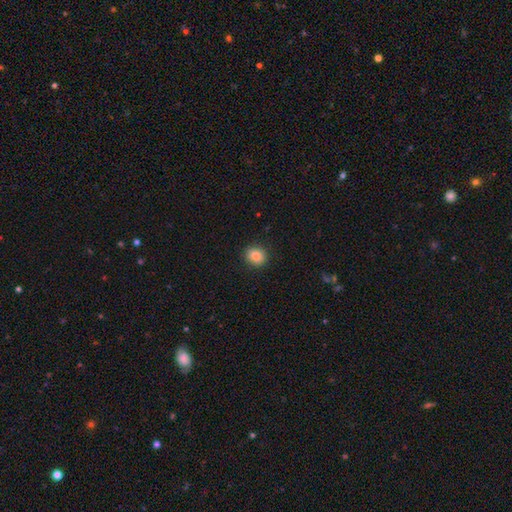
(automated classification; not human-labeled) A smooth galaxy with no disk features (86%) that is round (70%). Merging: none (89%).